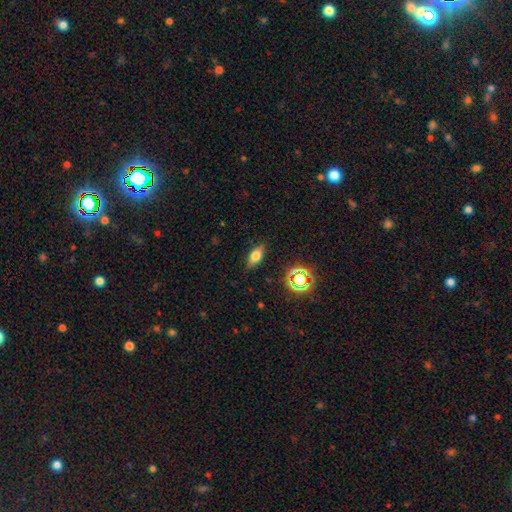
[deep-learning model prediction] Q: Smooth or featured?
A: smooth (62%); runner-up: featured or disk (24%)
Q: How rounded?
A: in between (75%); runner-up: cigar-shaped (17%)
Q: Merging?
A: none (85%); runner-up: minor disturbance (11%)